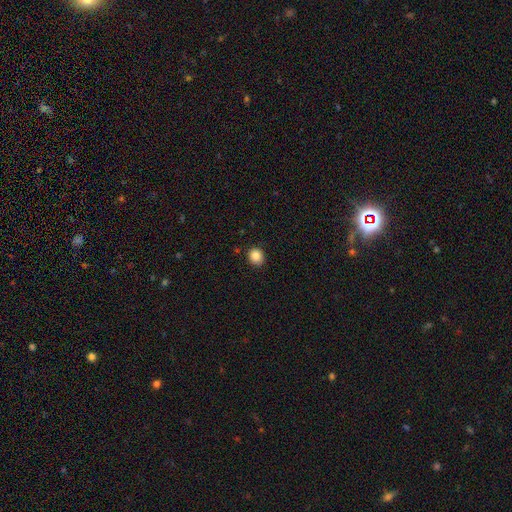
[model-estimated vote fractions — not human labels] smooth_or_featured: smooth (p=0.87) [alt: star or artifact p=0.10]
how_rounded: round (p=0.75) [alt: in between p=0.24]
merging: none (p=0.87) [alt: minor disturbance p=0.10]